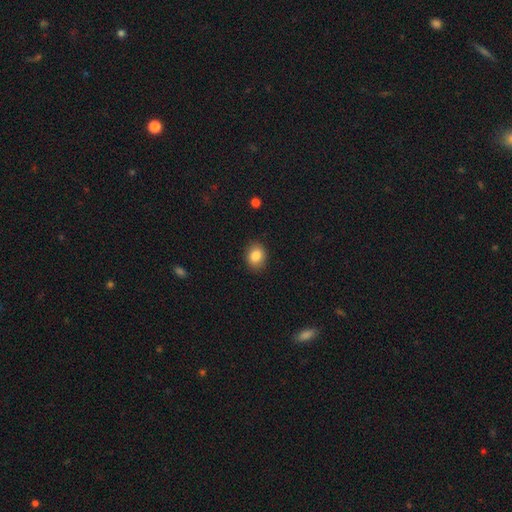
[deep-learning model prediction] Smooth or featured?
  - smooth: 85% *
  - star or artifact: 9%
  - featured or disk: 6%
How rounded?
  - round: 50% *
  - in between: 49%
  - cigar-shaped: 1%
Merging?
  - none: 88% *
  - minor disturbance: 8%
  - major disturbance: 2%
  - merger: 1%